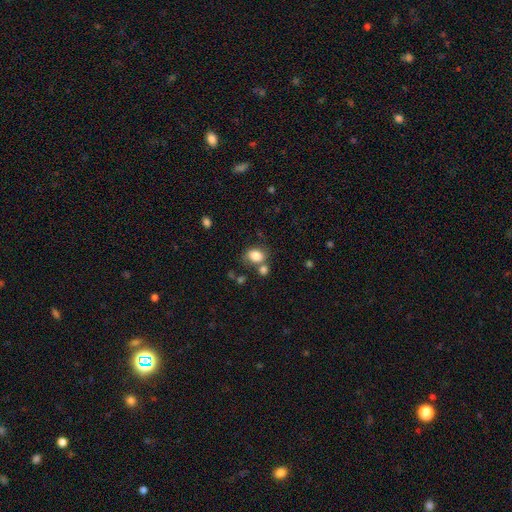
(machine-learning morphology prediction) Q: Smooth or featured?
A: smooth (82%); runner-up: star or artifact (9%)
Q: How rounded?
A: in between (59%); runner-up: round (40%)
Q: Merging?
A: none (52%); runner-up: merger (23%)